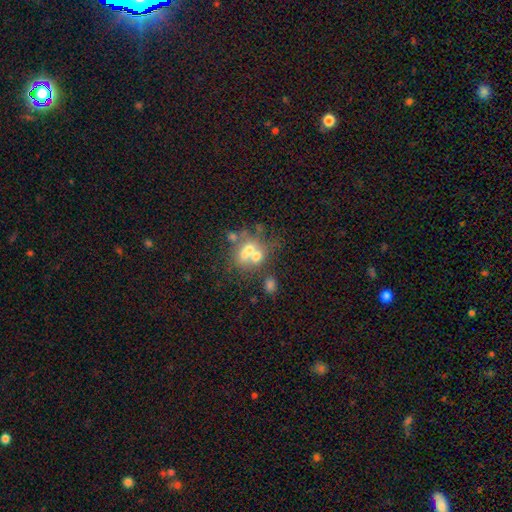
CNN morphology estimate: The model was most divided on "smooth or featured": smooth: 42%, featured or disk: 35%, star or artifact: 24%. Remaining: merging — merger (45%).